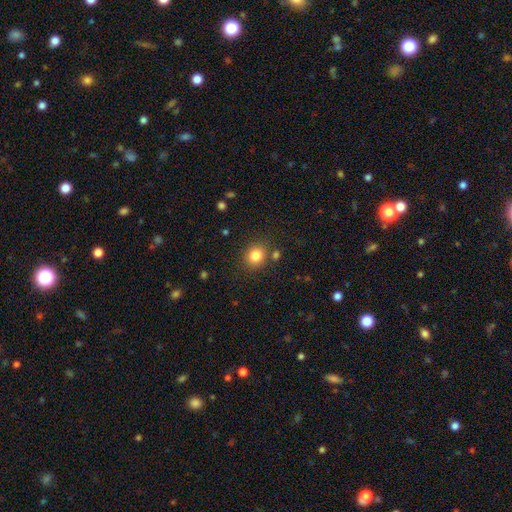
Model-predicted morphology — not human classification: The model was most divided on "how rounded": round: 77%, in between: 22%, cigar-shaped: 1%. More confident: smooth or featured — smooth (82%); merging — none (81%).